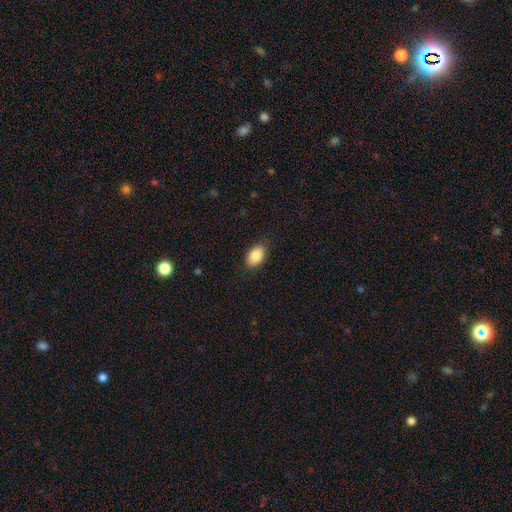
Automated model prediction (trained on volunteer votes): Smooth or featured?
  - smooth: 87% *
  - star or artifact: 7%
  - featured or disk: 6%
How rounded?
  - in between: 88% *
  - round: 11%
  - cigar-shaped: 1%
Merging?
  - none: 87% *
  - minor disturbance: 10%
  - major disturbance: 2%
  - merger: 1%